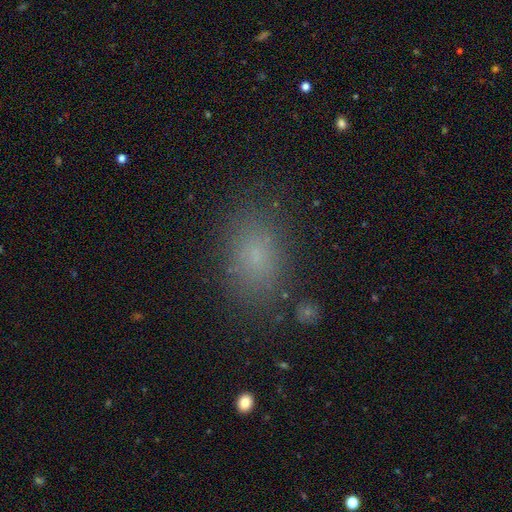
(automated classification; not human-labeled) A smooth galaxy with no disk features (75%) that is in between round and cigar-shaped (81%). Merging: none (81%).